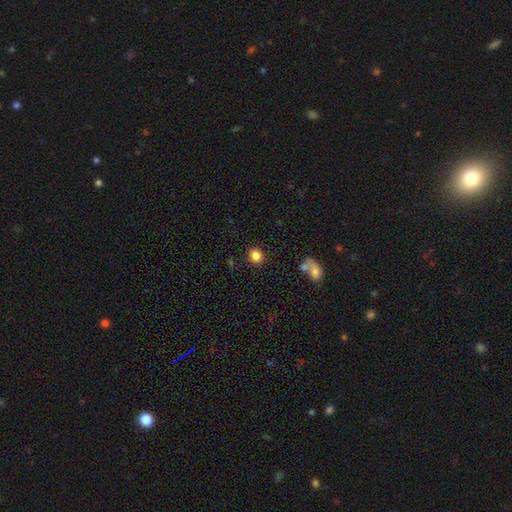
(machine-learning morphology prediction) smooth-or-featured: smooth: 85% | star or artifact: 11% | featured or disk: 5%
  how-rounded: round: 71% | in between: 28% | cigar-shaped: 1%
  merging: none: 85% | minor disturbance: 8% | merger: 3% | major disturbance: 3%